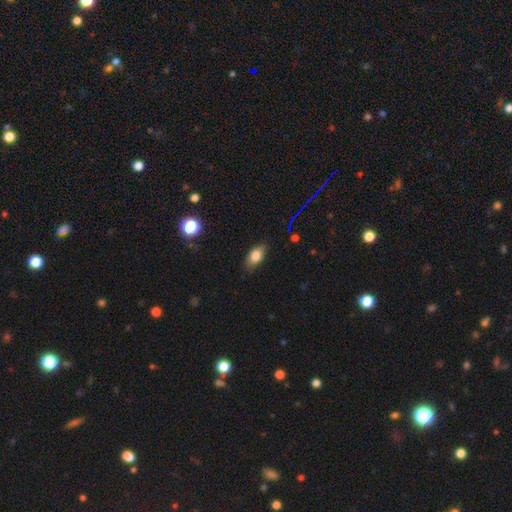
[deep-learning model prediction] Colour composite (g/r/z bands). It shows a smooth galaxy with no disk features (79%) that is in between round and cigar-shaped (86%). Merging: none (83%).